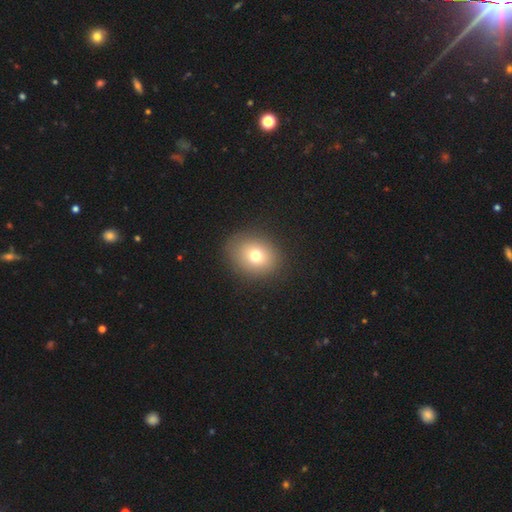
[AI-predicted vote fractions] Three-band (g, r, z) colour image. It shows a smooth galaxy with no disk features (74%) that is round (62%). Merging: none (87%).